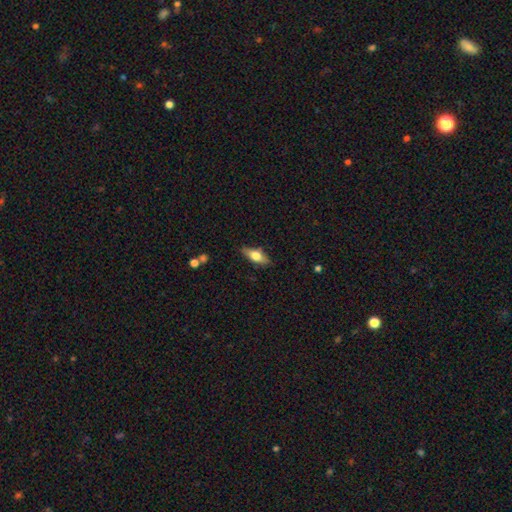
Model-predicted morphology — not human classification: smooth-or-featured: smooth: 63% | featured or disk: 30% | star or artifact: 7%
  how-rounded: in between: 72% | cigar-shaped: 25% | round: 4%
  merging: none: 83% | minor disturbance: 13% | major disturbance: 3% | merger: 2%